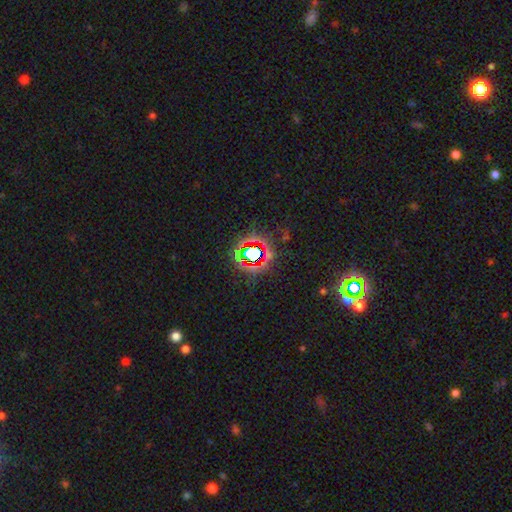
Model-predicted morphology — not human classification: smooth_or_featured: star or artifact (p=0.74) [alt: smooth p=0.14]